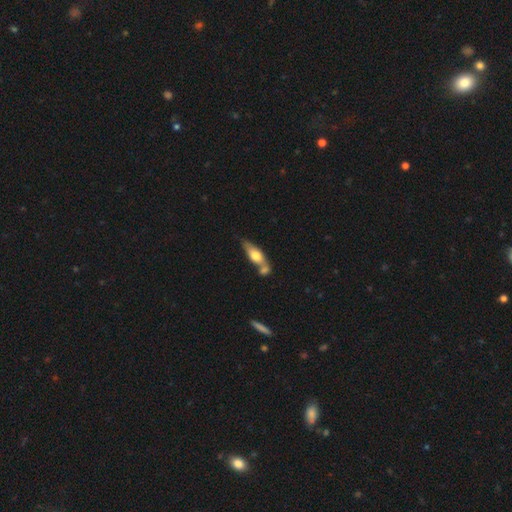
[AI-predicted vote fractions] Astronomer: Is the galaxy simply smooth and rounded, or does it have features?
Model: smooth — 56% (runner-up: featured or disk, 38%).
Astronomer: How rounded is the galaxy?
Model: in between — 54% (runner-up: cigar-shaped, 42%).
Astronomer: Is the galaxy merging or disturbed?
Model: none — 40%, tied with merger at 40%.